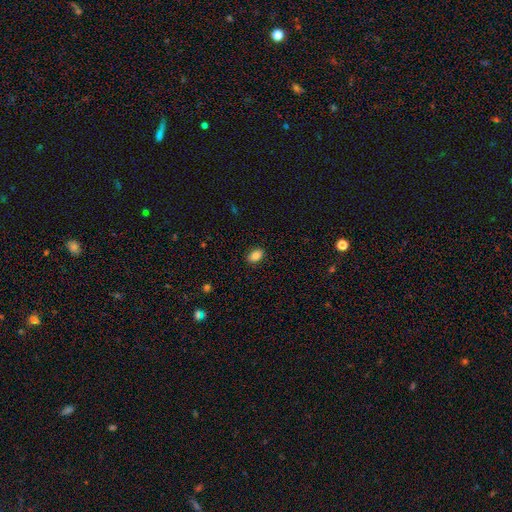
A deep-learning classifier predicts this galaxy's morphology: smooth 85%, star or artifact 9%, featured or disk 6%. Down the decision tree: how rounded — in between (82%); merging — none (89%).